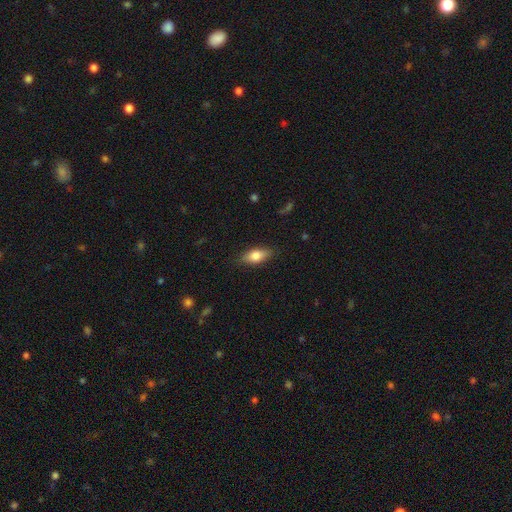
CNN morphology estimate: A smooth galaxy with no disk features (74%) that is in between round and cigar-shaped (80%). Merging: none (83%).